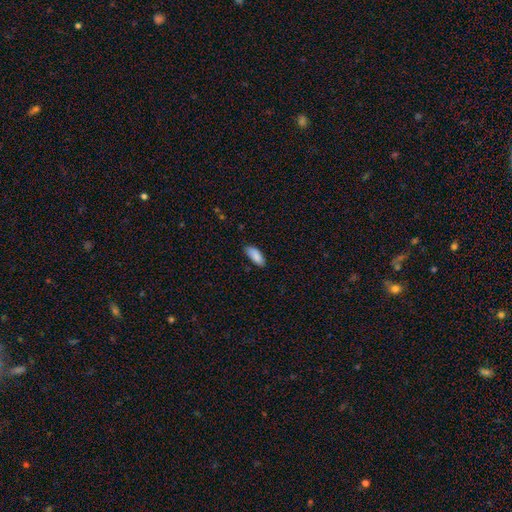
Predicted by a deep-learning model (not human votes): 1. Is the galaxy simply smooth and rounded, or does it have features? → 88% smooth, 6% star or artifact, 5% featured or disk.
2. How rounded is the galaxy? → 80% in between, 18% cigar-shaped, 2% round.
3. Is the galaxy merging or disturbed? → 77% none, 18% minor disturbance, 3% major disturbance, 2% merger.